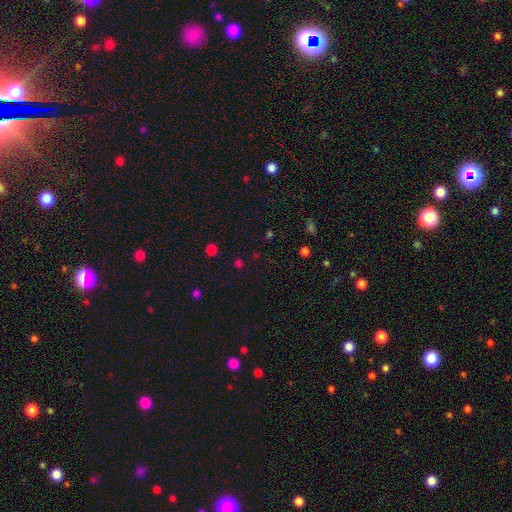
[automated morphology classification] The model was most divided on "smooth or featured": star or artifact: 51%, smooth: 42%, featured or disk: 6%.